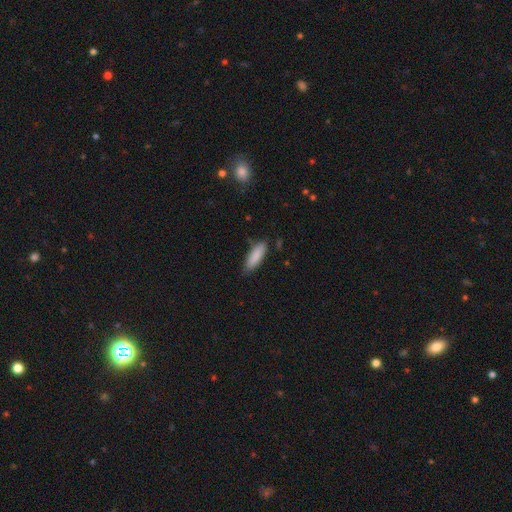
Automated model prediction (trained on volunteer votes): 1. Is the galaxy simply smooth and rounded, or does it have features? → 87% smooth, 7% featured or disk, 6% star or artifact.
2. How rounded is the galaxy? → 51% in between, 48% cigar-shaped, 1% round.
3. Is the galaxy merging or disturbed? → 78% none, 18% minor disturbance, 3% major disturbance, 2% merger.